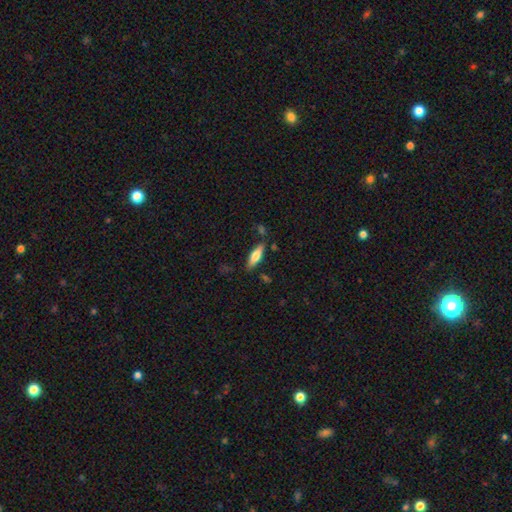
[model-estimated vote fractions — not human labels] A smooth galaxy with no disk features (59%) that is cigar-shaped (50%). Merging: none (78%).